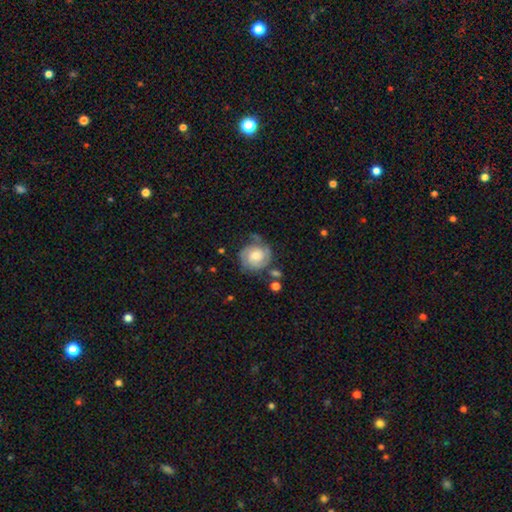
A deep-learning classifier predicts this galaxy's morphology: This appears to be a featured or disk galaxy (72%) with no bar (69%), 2 (55%) tight (64%) spiral arms (92%) and a moderate central bulge (59%). Merging: none (63%).